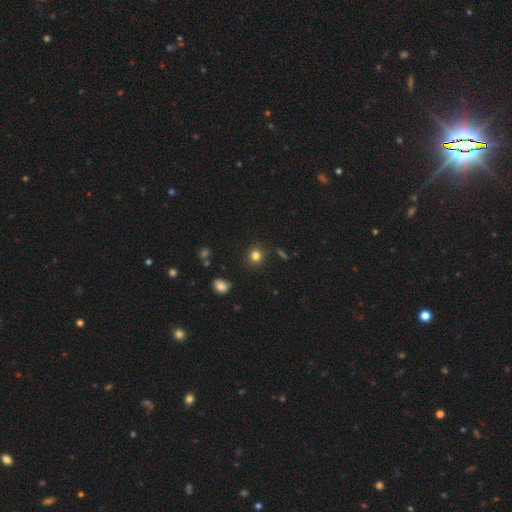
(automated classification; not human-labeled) Morphology: type=smooth (80%); roundness=round (85%); merging=none (89%).